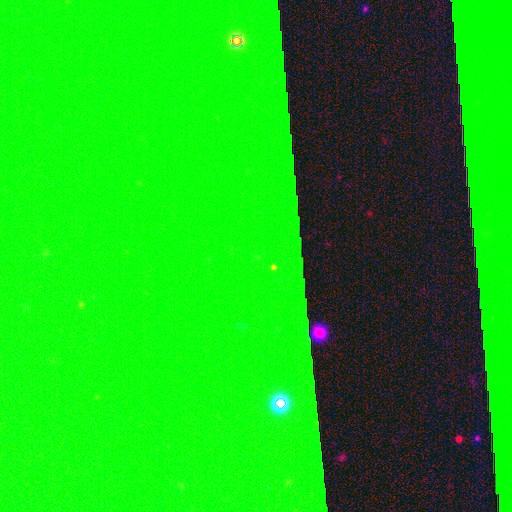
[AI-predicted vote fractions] Morphology: type=star or artifact (85%).